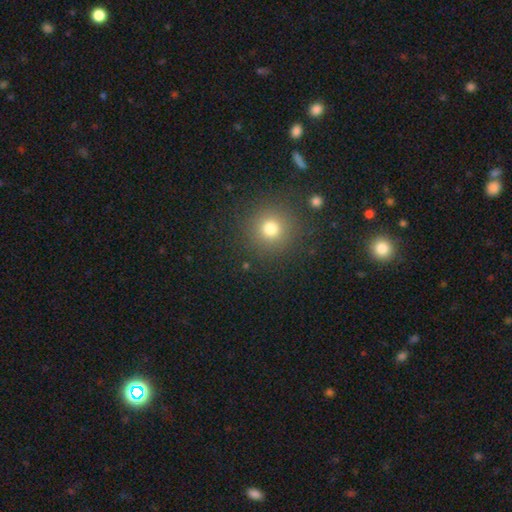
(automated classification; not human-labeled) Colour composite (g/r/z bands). It shows a smooth galaxy with no disk features (58%) that is round (95%). Merging: none (90%).